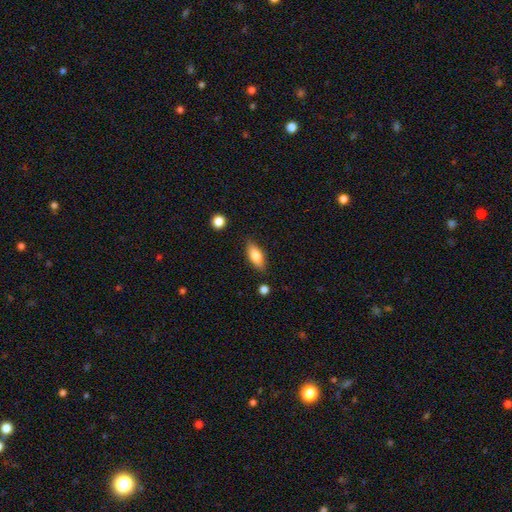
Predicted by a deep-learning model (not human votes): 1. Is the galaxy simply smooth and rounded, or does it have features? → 75% smooth, 18% featured or disk, 7% star or artifact.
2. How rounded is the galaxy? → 75% in between, 22% cigar-shaped, 3% round.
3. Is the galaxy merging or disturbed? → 83% none, 12% minor disturbance, 3% major disturbance, 2% merger.